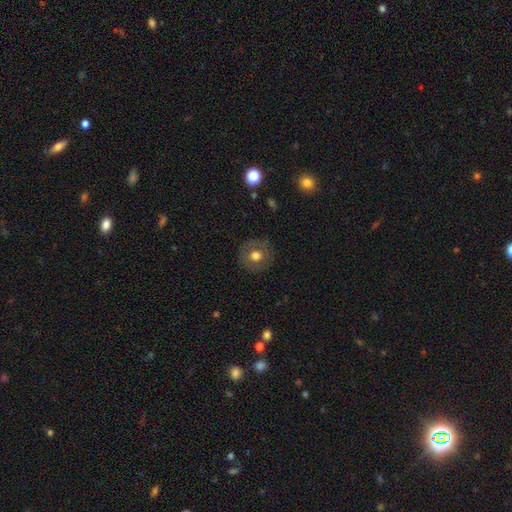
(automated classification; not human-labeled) A smooth galaxy with no disk features (67%) that is round (91%). Merging: none (86%).